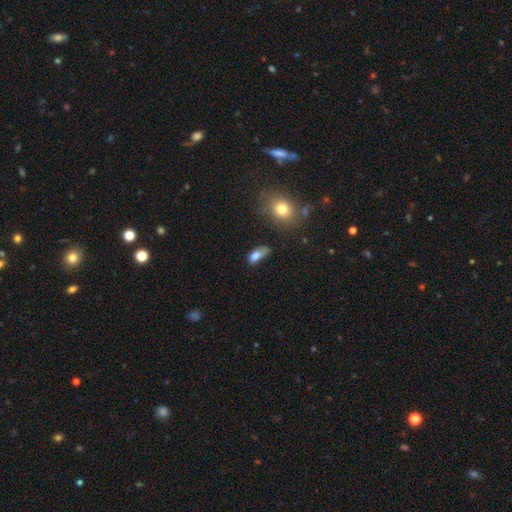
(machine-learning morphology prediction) Smooth or featured?
  - smooth: 78% *
  - featured or disk: 12%
  - star or artifact: 10%
How rounded?
  - in between: 82% *
  - cigar-shaped: 10%
  - round: 8%
Merging?
  - none: 38% *
  - minor disturbance: 32%
  - major disturbance: 17%
  - merger: 13%